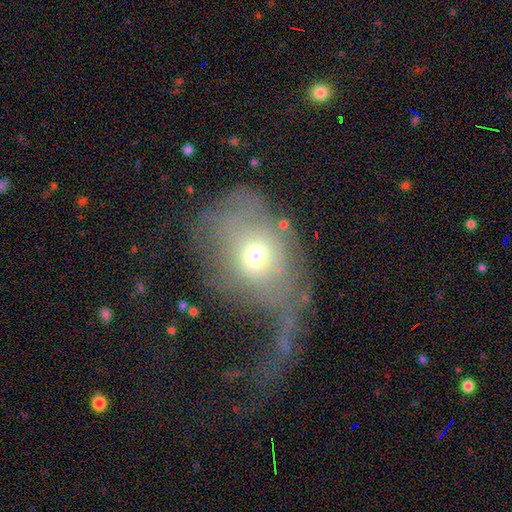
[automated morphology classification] Overall: smooth (52%; featured or disk 37%). How rounded: in between (56%; round 42%). Merging: major disturbance (66%).